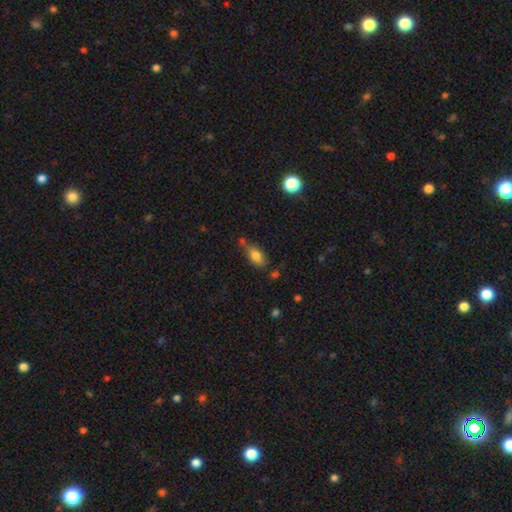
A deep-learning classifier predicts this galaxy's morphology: Smooth or featured? smooth (77%)
How rounded? in between (81%)
Merging? none (61%)